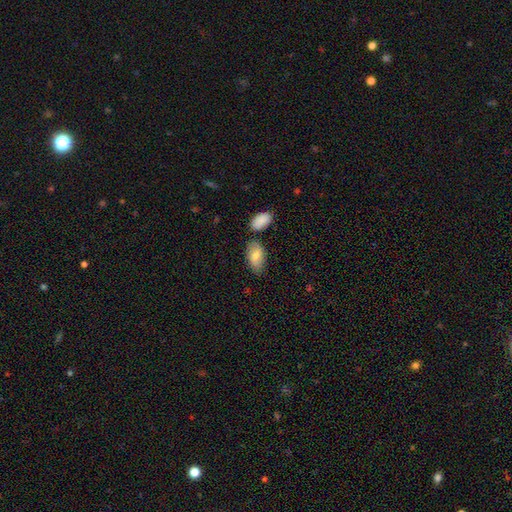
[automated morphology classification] Smooth or featured?
  - smooth: 80% *
  - featured or disk: 14%
  - star or artifact: 6%
How rounded?
  - in between: 94% *
  - round: 4%
  - cigar-shaped: 3%
Merging?
  - none: 65% *
  - minor disturbance: 20%
  - merger: 10%
  - major disturbance: 4%